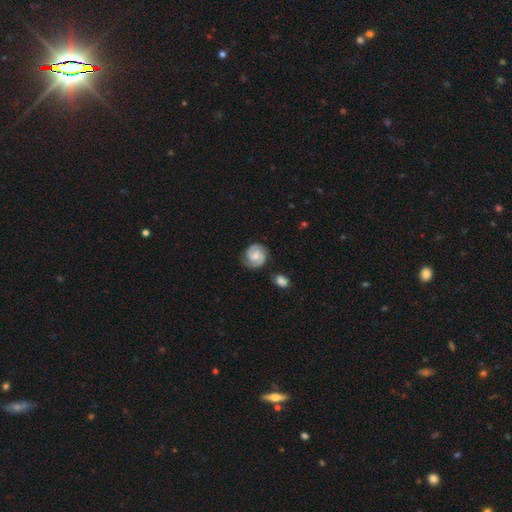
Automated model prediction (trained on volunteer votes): Overall: featured or disk (72%). Edge-on disk: no (98%). Bar: no (54%; weak 39%). Spiral arms: yes (94%). Spiral arm count: 2 (75%). Spiral winding: tight (58%; medium 33%). Bulge size: moderate (49%; small 40%). Merging: none (75%).